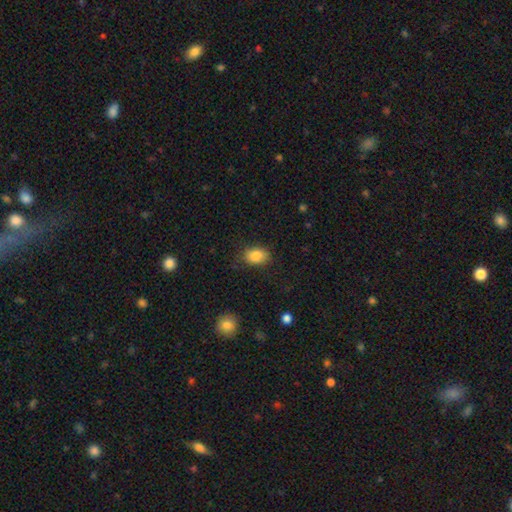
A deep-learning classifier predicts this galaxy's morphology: The model was most divided on "how rounded": in between: 78%, round: 21%, cigar-shaped: 1%. More confident: smooth or featured — smooth (85%); merging — none (76%).